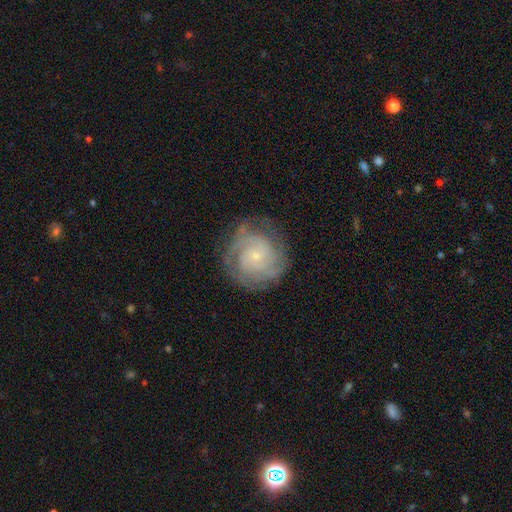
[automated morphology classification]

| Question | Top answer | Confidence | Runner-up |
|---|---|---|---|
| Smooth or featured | featured or disk | 81% | smooth (12%) |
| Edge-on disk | no | 98% | yes (2%) |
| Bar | no | 74% | weak (21%) |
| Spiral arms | yes | 95% | no (5%) |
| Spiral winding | tight | 72% | medium (23%) |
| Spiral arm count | can't tell | 30% | 2 (26%) |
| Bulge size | small | 79% | moderate (16%) |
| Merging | none | 78% | minor disturbance (15%) |